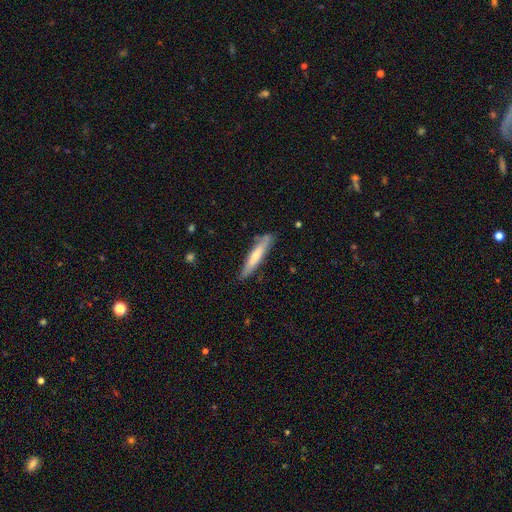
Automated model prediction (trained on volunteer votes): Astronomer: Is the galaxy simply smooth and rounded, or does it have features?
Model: smooth — 60%.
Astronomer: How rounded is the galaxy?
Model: cigar-shaped — 91%.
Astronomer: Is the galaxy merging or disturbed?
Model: none — 83%.